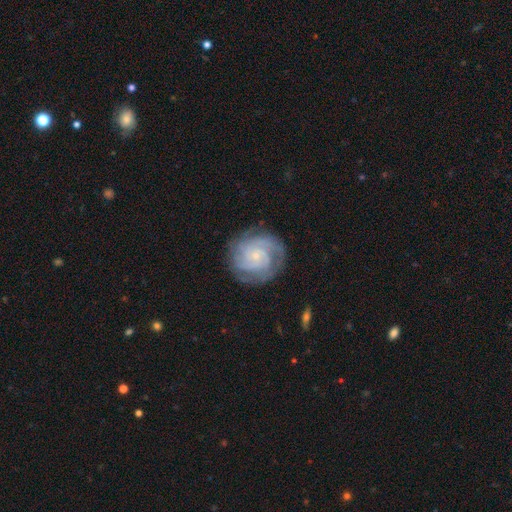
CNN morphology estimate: The model was most divided on "spiral arm count": 3: 30%, can't tell: 21%, 4: 20%, 2: 15%, more than 4: 7%, 1: 7%. More confident: edge-on disk — no (98%); spiral arms — yes (97%); smooth or featured — featured or disk (85%); bulge size — small (81%); merging — none (81%); bar — no (75%); spiral winding — tight (70%).